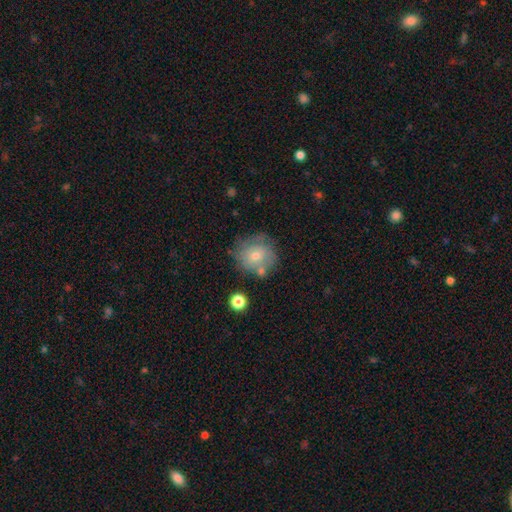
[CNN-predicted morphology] A smooth galaxy with no disk features (57%) that is round (86%). Merging: none (64%).